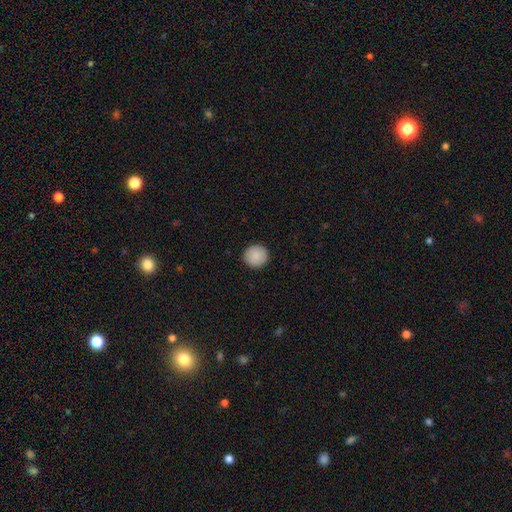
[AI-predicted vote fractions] Morphology: type=smooth (90%); roundness=round (94%); merging=none (92%).